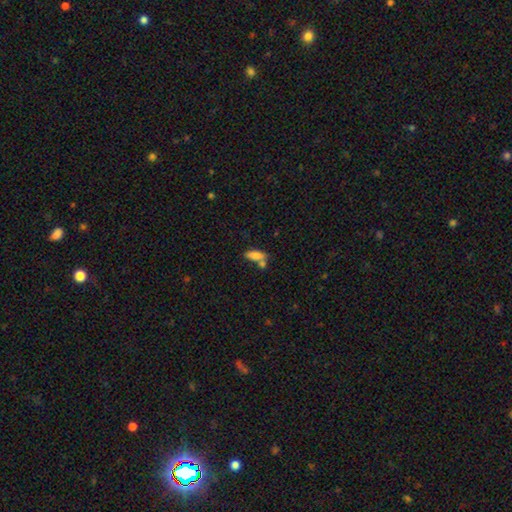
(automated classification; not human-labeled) Q: Smooth or featured?
A: smooth (82%); runner-up: featured or disk (10%)
Q: How rounded?
A: in between (73%); runner-up: cigar-shaped (24%)
Q: Merging?
A: none (49%); runner-up: merger (32%)